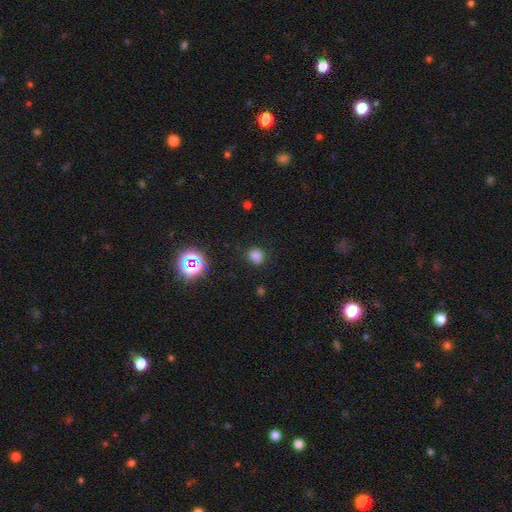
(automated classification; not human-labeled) This appears to be a smooth galaxy with no disk features (76%) that is round (79%). Merging: none (83%).